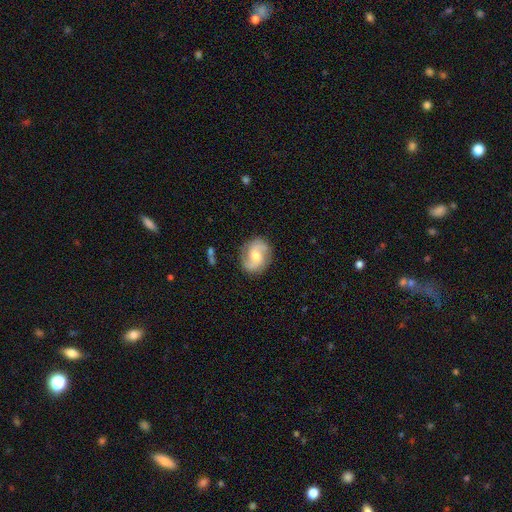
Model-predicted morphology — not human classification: The model was most divided on "bar": no: 49%, weak: 43%, strong: 9%. Remaining: edge-on disk — no (98%); spiral arms — yes (95%); spiral arm count — 2 (88%); merging — none (81%); smooth or featured — featured or disk (75%); bulge size — moderate (57%); spiral winding — medium (48%).